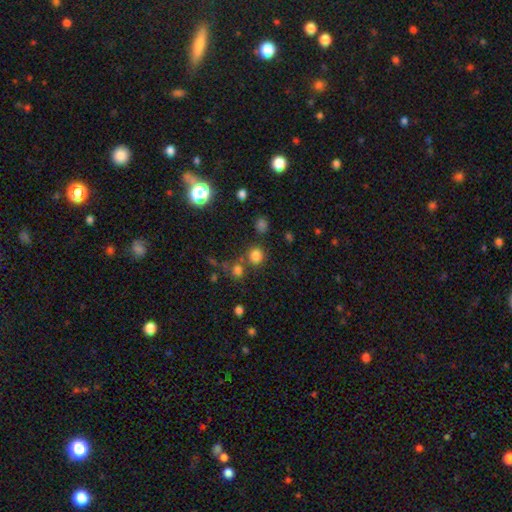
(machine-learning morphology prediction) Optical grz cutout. It shows a smooth galaxy with no disk features (77%) that is round (80%). Merging: none (71%).